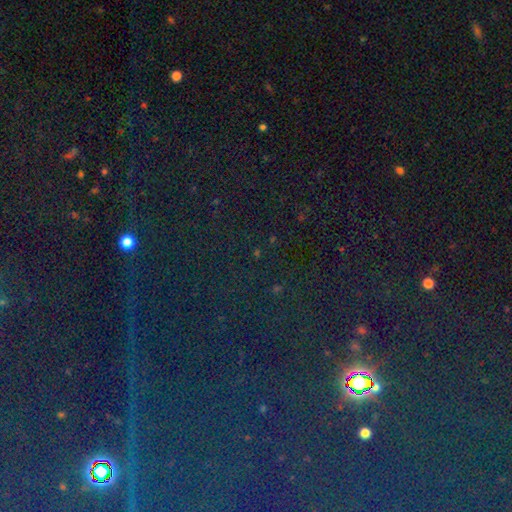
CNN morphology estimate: smooth-or-featured: star or artifact: 83% | smooth: 9% | featured or disk: 7%